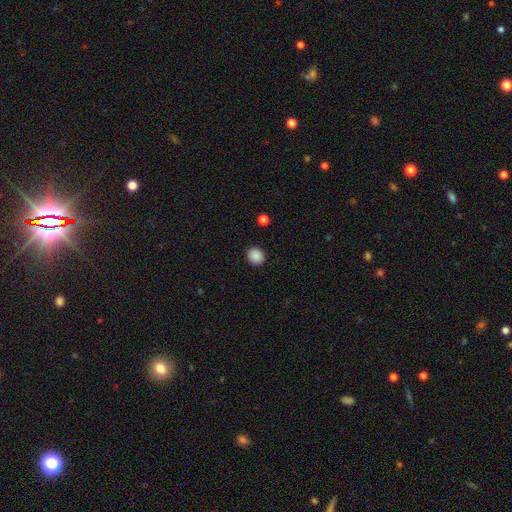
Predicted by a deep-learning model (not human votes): Smooth or featured? smooth (88%)
How rounded? round (83%)
Merging? none (91%)